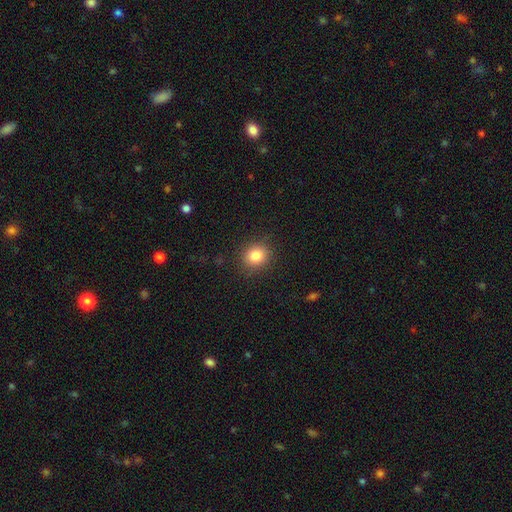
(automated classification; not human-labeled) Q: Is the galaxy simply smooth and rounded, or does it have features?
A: smooth — 83%.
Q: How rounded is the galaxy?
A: round — 82%.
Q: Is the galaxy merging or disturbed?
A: none — 88%.